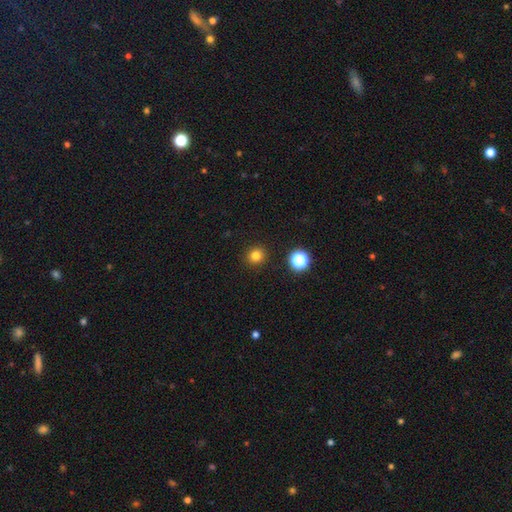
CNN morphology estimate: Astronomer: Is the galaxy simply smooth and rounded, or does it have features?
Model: smooth — 80%.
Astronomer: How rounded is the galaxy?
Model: round — 91%.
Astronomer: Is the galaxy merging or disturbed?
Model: none — 92%.